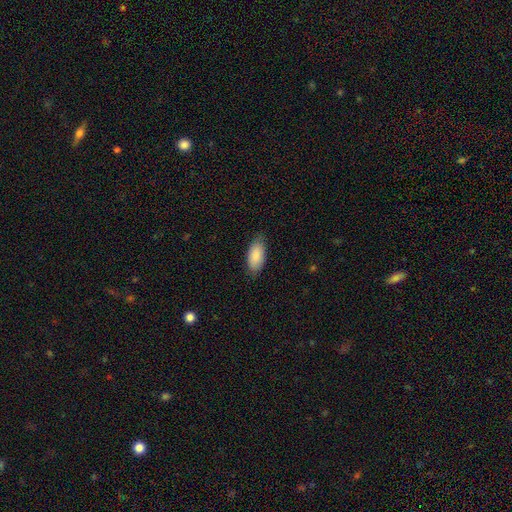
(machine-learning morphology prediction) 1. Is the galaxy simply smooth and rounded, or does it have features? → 88% smooth, 7% featured or disk, 6% star or artifact.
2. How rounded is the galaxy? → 91% in between, 7% cigar-shaped, 2% round.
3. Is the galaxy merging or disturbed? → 81% none, 16% minor disturbance, 3% major disturbance, 1% merger.